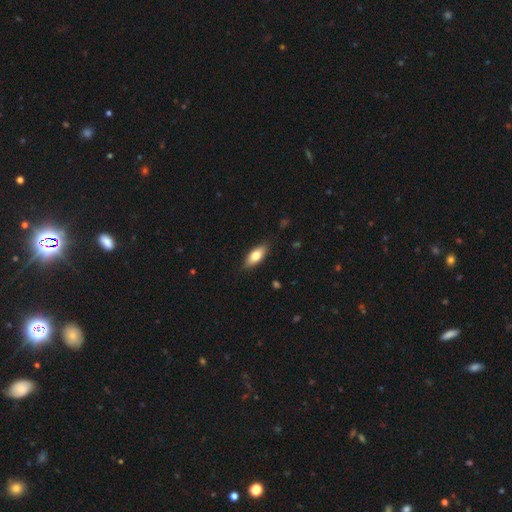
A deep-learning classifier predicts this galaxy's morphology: Overall: smooth (77%). How rounded: in between (80%). Merging: none (86%).